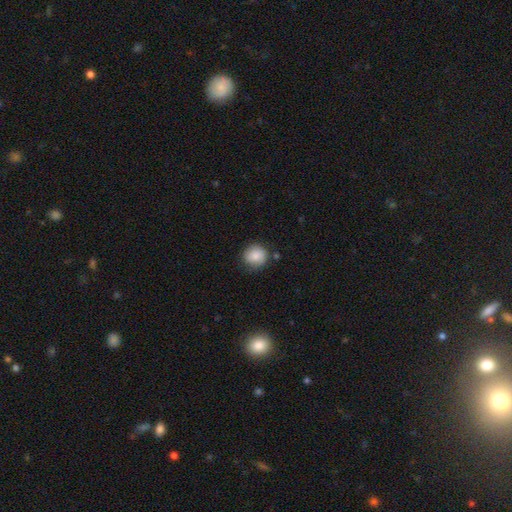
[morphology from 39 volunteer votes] Q: Smooth or featured?
A: smooth (92%); runner-up: star or artifact (5%)
Q: How rounded?
A: round (89%); runner-up: in between (11%)
Q: Merging?
A: none (73%); runner-up: minor disturbance (16%)